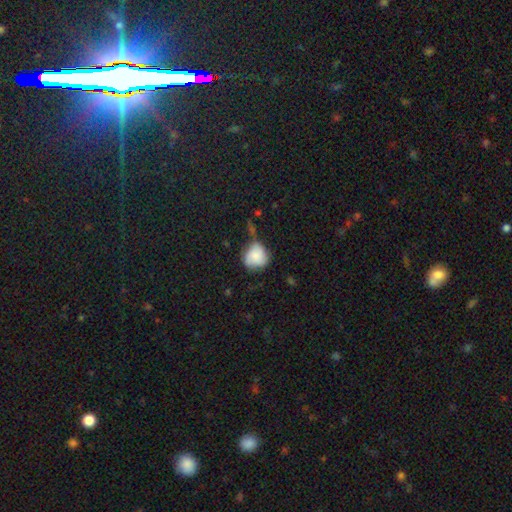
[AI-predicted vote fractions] Overall: smooth (74%). How rounded: round (81%). Merging: none (45%; minor disturbance 34%).